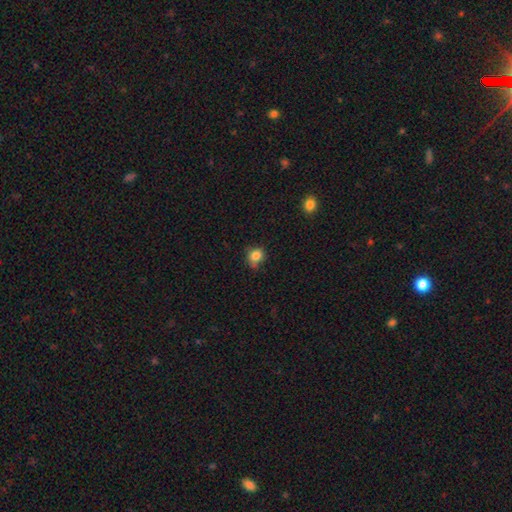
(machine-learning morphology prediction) A smooth galaxy with no disk features (83%) that is round (71%).

Vote fractions:
- Smooth or featured? smooth: 83% / star or artifact: 11% / featured or disk: 6%
- How rounded? round: 71% / in between: 28% / cigar-shaped: 1%
- Merging? none: 59% / minor disturbance: 31% / major disturbance: 7% / merger: 3%